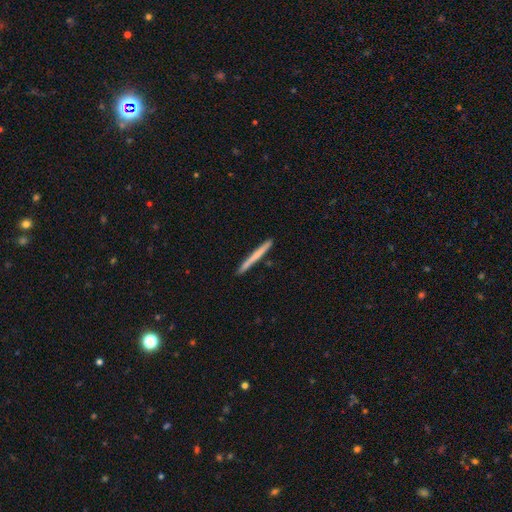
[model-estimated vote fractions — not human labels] Smooth or featured? smooth (60%)
How rounded? cigar-shaped (97%)
Merging? none (92%)